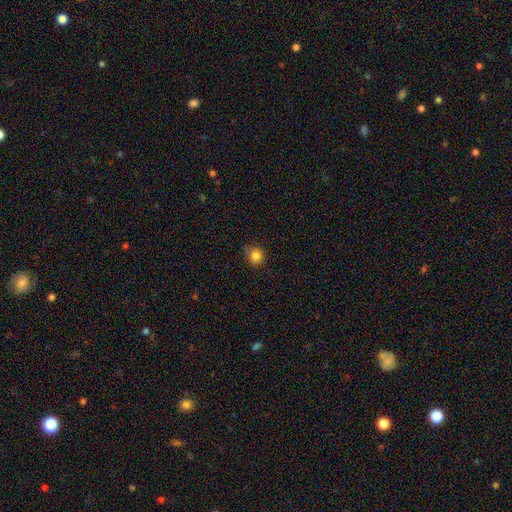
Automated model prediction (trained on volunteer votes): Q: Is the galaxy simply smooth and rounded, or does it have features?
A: smooth — 84%.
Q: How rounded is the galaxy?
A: round — 87%.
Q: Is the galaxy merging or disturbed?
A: none — 73%.